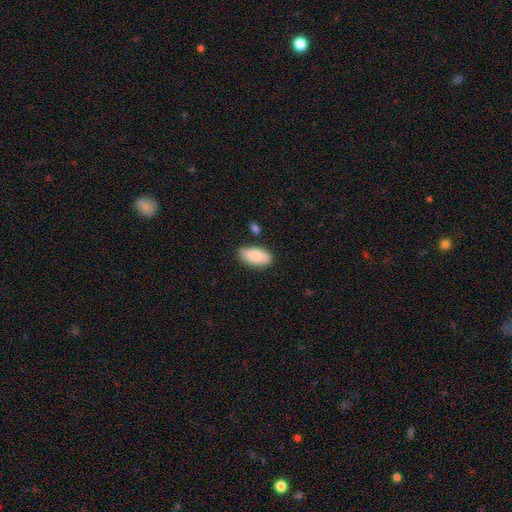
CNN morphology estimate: type=smooth (82%); roundness=in between (94%); merging=none (75%).